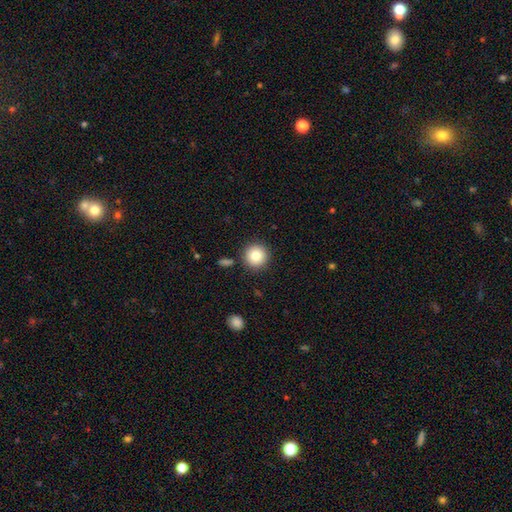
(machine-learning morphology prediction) Smooth or featured: smooth — 83% (star or artifact — 9%)
How rounded: round — 95% (in between — 4%)
Merging: none — 89% (minor disturbance — 6%)